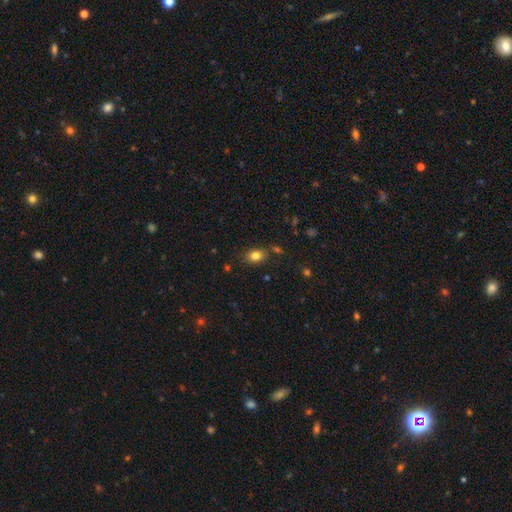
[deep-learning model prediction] A smooth galaxy with no disk features (81%) that is in between round and cigar-shaped (70%).

Vote fractions:
- Smooth or featured? smooth: 81% / star or artifact: 11% / featured or disk: 7%
- How rounded? in between: 70% / round: 29% / cigar-shaped: 1%
- Merging? none: 79% / minor disturbance: 13% / merger: 5% / major disturbance: 3%